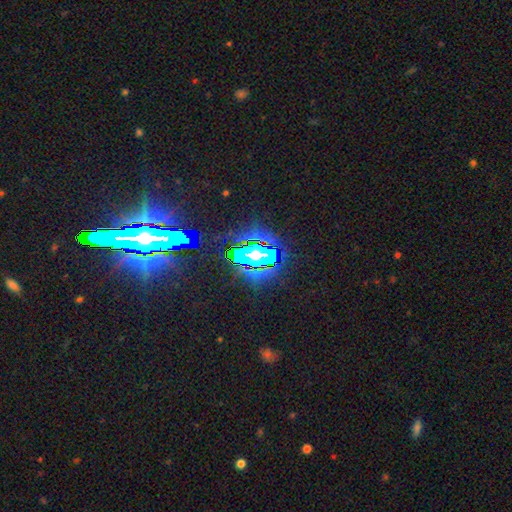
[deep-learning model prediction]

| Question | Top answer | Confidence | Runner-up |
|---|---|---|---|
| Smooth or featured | star or artifact | 63% | smooth (22%) |